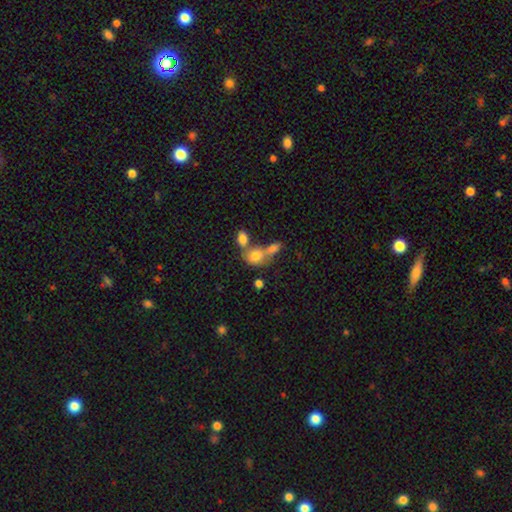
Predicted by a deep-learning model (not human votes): A smooth galaxy with no disk features (74%) that is in between round and cigar-shaped (61%). Merging: merger (55%).